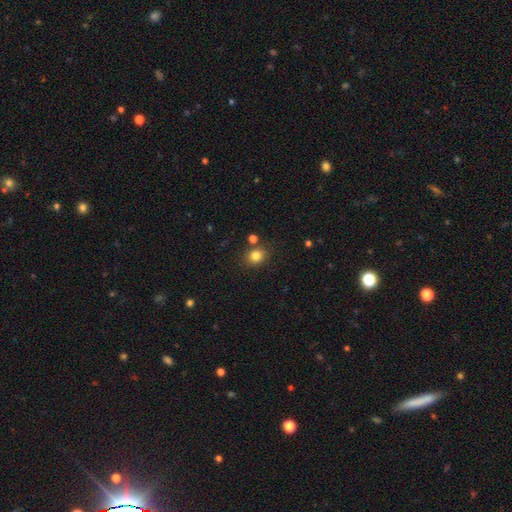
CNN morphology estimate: This is clearly a smooth galaxy (81%). How rounded: likely round (66%). Merging: clearly none (80%).